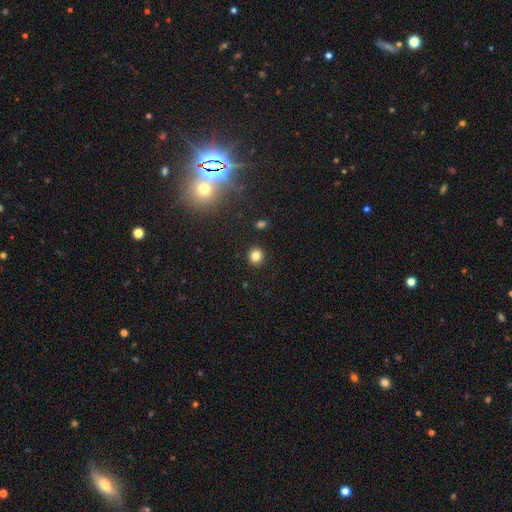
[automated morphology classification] Q: Smooth or featured?
A: smooth (82%); runner-up: star or artifact (13%)
Q: How rounded?
A: round (87%); runner-up: in between (12%)
Q: Merging?
A: none (91%); runner-up: minor disturbance (5%)